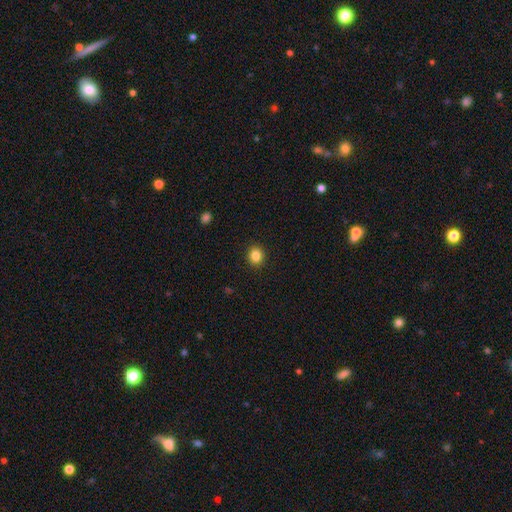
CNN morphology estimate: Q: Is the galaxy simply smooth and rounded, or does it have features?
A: smooth — 84%.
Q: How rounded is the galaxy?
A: round — 78%.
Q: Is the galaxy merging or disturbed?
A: none — 92%.